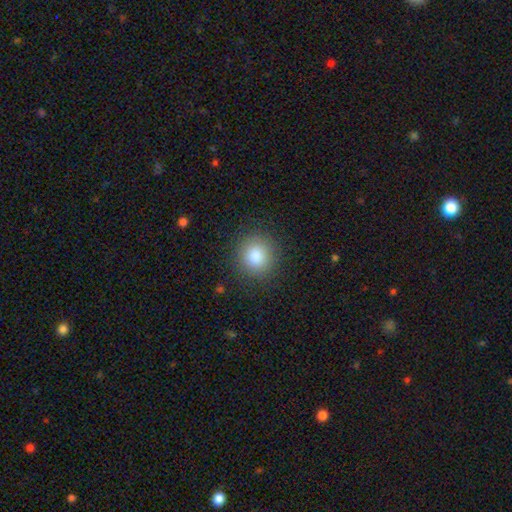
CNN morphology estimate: This is clearly a smooth galaxy (85%). How rounded: clearly round (87%). Merging: clearly none (88%).